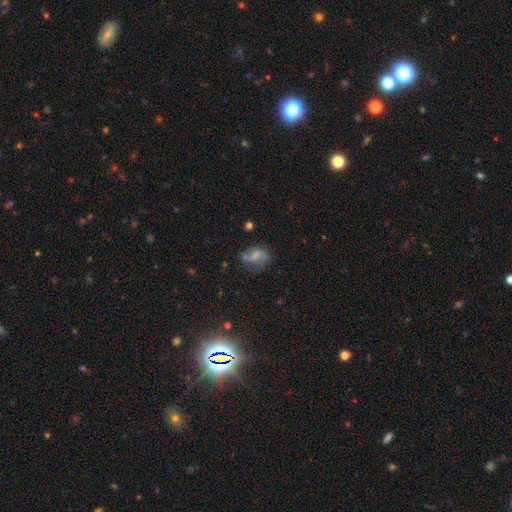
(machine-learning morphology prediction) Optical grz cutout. It shows a featured or disk galaxy (45%). Merging: none (41%).